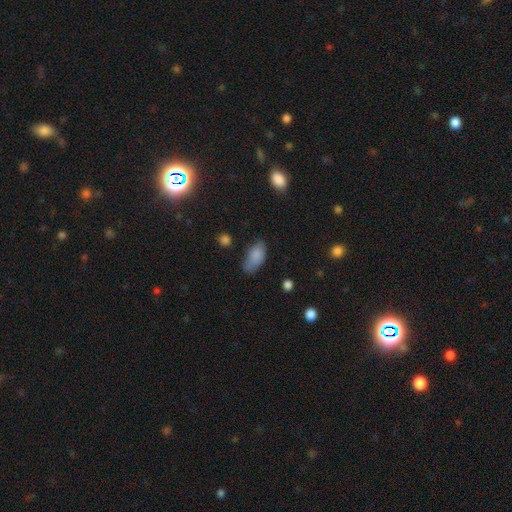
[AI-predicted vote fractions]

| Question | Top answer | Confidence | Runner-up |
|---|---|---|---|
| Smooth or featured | smooth | 83% | featured or disk (9%) |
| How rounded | in between | 91% | cigar-shaped (5%) |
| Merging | none | 59% | minor disturbance (30%) |